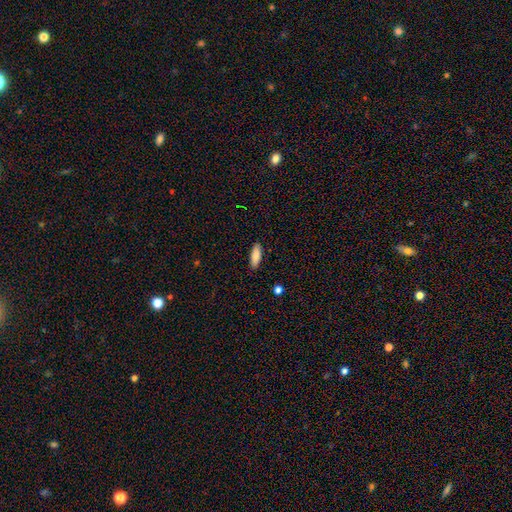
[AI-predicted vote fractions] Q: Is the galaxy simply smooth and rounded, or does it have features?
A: smooth — 88%.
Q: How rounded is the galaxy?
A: in between — 59%.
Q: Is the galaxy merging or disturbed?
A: none — 89%.